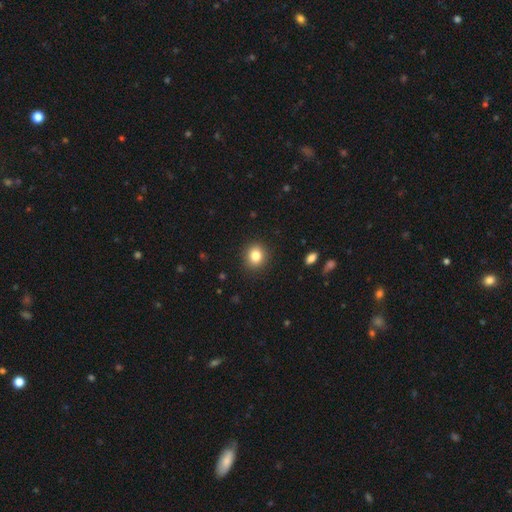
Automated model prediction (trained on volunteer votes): A smooth galaxy with no disk features (83%) that is round (76%).

Vote fractions:
- Smooth or featured? smooth: 83% / star or artifact: 10% / featured or disk: 6%
- How rounded? round: 76% / in between: 23% / cigar-shaped: 1%
- Merging? none: 91% / minor disturbance: 6% / major disturbance: 2% / merger: 1%